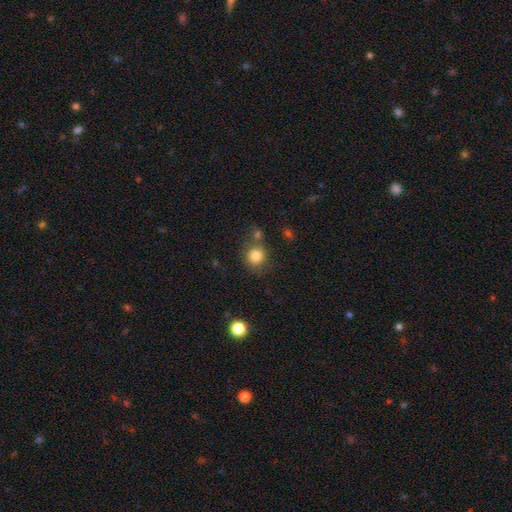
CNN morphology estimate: This is clearly a smooth galaxy (82%). How rounded: clearly round (86%). Merging: likely none (69%).